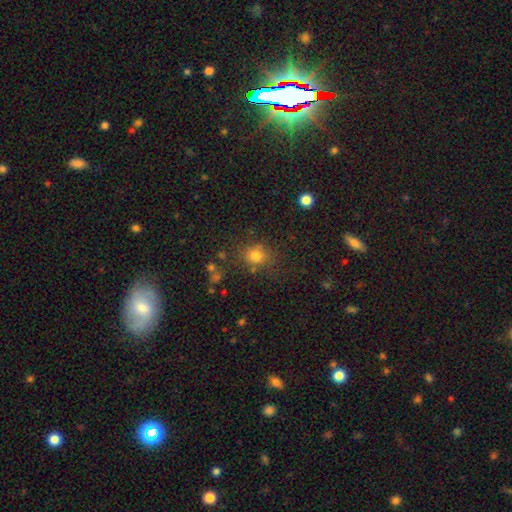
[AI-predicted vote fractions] Smooth or featured?
  - smooth: 77% *
  - star or artifact: 16%
  - featured or disk: 7%
How rounded?
  - round: 79% *
  - in between: 20%
  - cigar-shaped: 1%
Merging?
  - none: 76% *
  - minor disturbance: 14%
  - major disturbance: 6%
  - merger: 5%